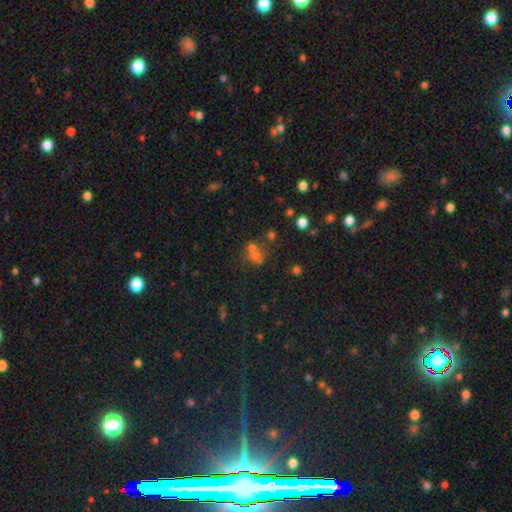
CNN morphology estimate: Smooth or featured: smooth — 50% (star or artifact — 34%)
How rounded: round — 74% (in between — 24%)
Merging: none — 44% (merger — 42%)